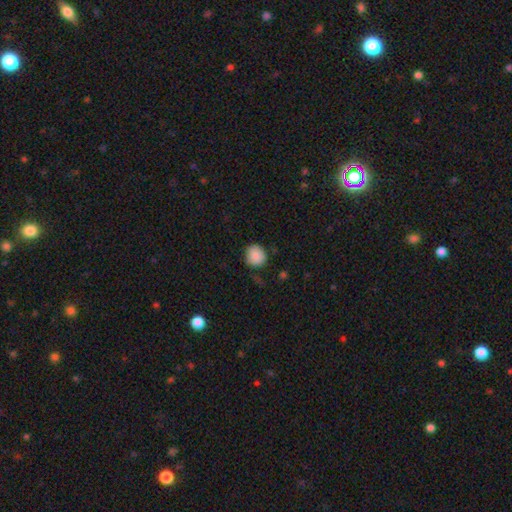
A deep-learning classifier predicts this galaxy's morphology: Smooth or featured? smooth (86%)
How rounded? round (87%)
Merging? none (81%)